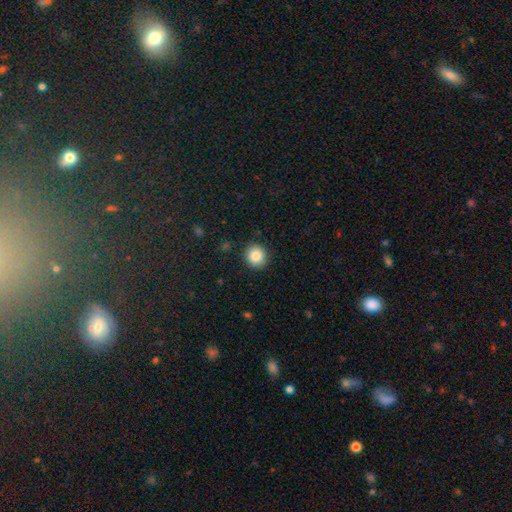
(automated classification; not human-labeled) Q: Smooth or featured?
A: smooth (86%); runner-up: star or artifact (9%)
Q: How rounded?
A: round (89%); runner-up: in between (10%)
Q: Merging?
A: none (90%); runner-up: minor disturbance (7%)